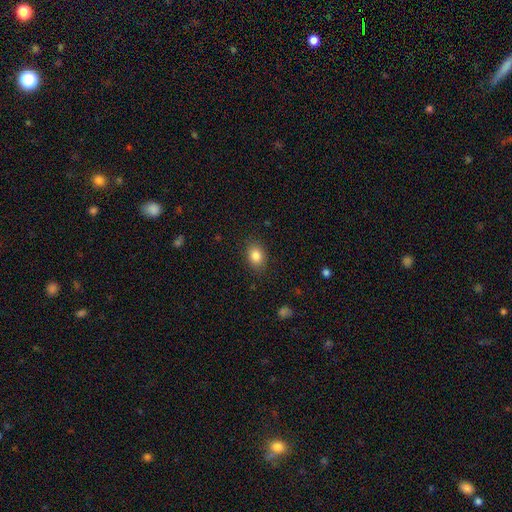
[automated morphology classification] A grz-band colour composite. It shows a smooth galaxy with no disk features (84%) that is in between round and cigar-shaped (66%). Merging: none (85%).